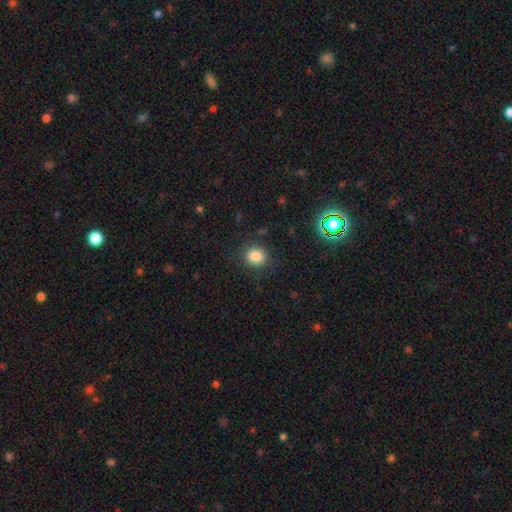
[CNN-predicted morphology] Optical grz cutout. It shows a smooth galaxy with no disk features (83%) that is round (75%). Merging: none (84%).